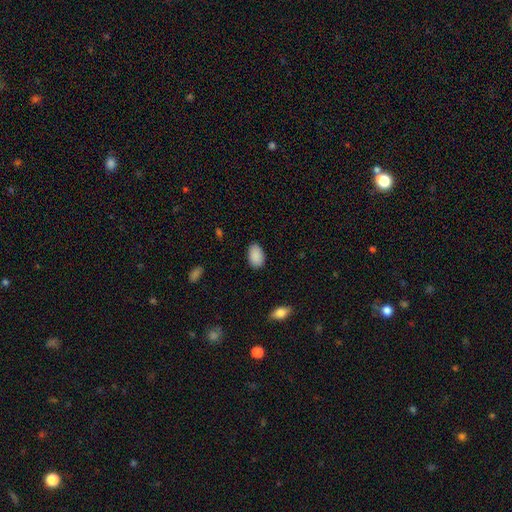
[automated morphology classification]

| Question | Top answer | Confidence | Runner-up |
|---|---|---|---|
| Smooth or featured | smooth | 90% | star or artifact (7%) |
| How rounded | in between | 90% | round (9%) |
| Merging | none | 84% | minor disturbance (12%) |